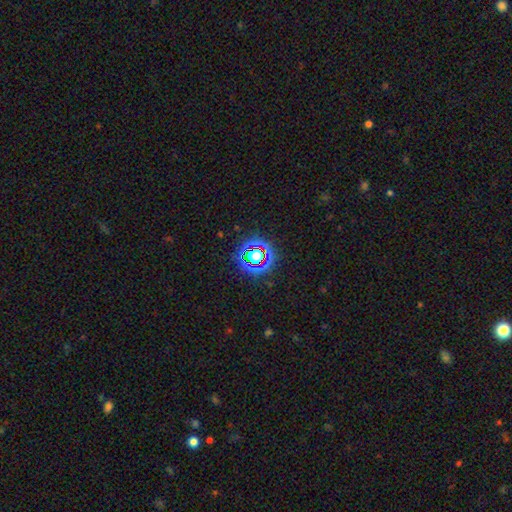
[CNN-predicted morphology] A star or artifact, not a galaxy (65%).

Vote fractions:
- Smooth or featured? star or artifact: 65% / smooth: 24% / featured or disk: 11%